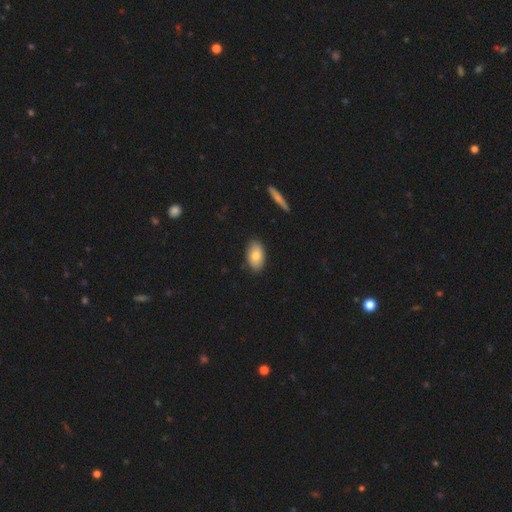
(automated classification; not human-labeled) Morphology: type=smooth (80%); roundness=in between (93%); merging=none (88%).